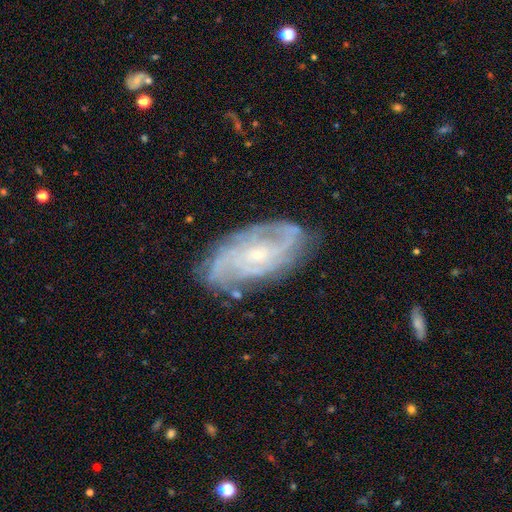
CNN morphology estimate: Smooth or featured? Predicted: featured or disk (p=0.84). Edge-on disk? Predicted: no (p=0.94). Bar? Predicted: no (p=0.59). Spiral arms? Predicted: yes (p=0.94). Spiral winding? Predicted: tight (p=0.53). Spiral arm count? Predicted: can't tell (p=0.33). Bulge size? Predicted: small (p=0.75). Merging? Predicted: none (p=0.75).